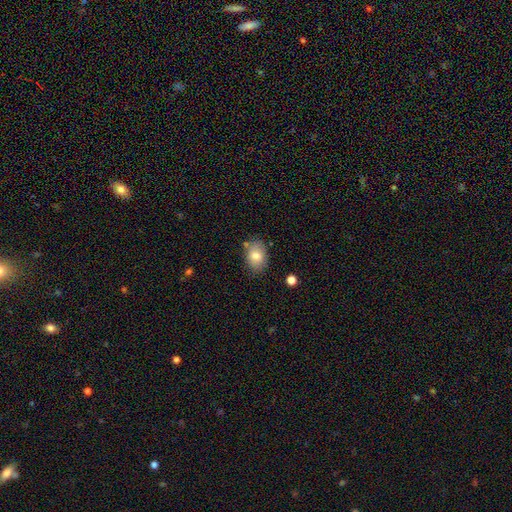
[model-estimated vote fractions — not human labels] smooth 80%, featured or disk 12%, star or artifact 8%. Down the decision tree: how rounded — in between (79%); merging — none (77%).